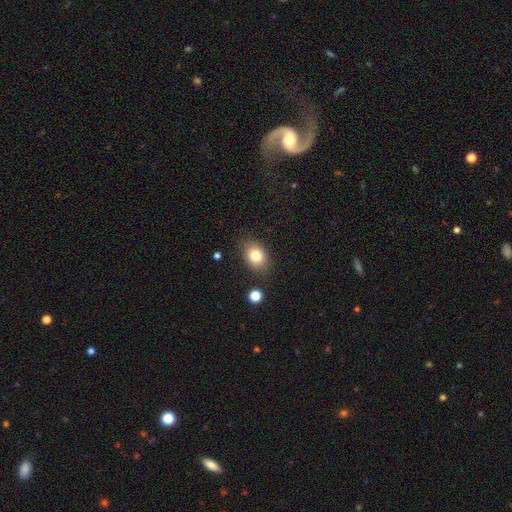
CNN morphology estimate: Smooth or featured? Predicted: smooth (p=0.80). How rounded? Predicted: in between (p=0.68). Merging? Predicted: none (p=0.82).